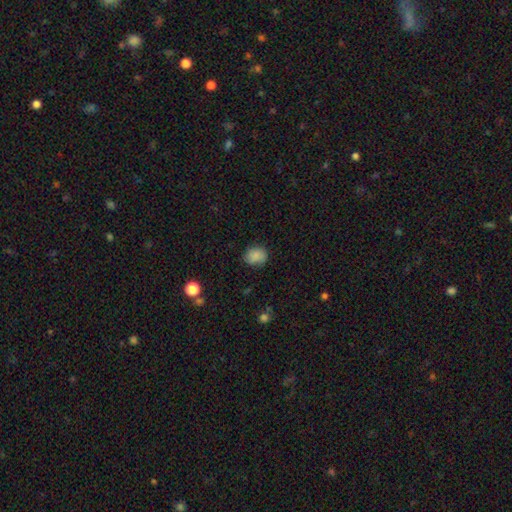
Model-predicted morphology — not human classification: Smooth or featured: smooth — 86% (star or artifact — 10%)
How rounded: round — 56% (in between — 43%)
Merging: none — 79% (minor disturbance — 16%)